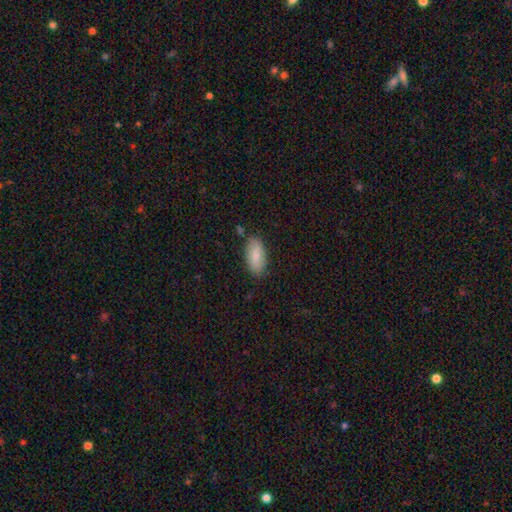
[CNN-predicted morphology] type=smooth (85%); roundness=in between (89%); merging=none (81%).